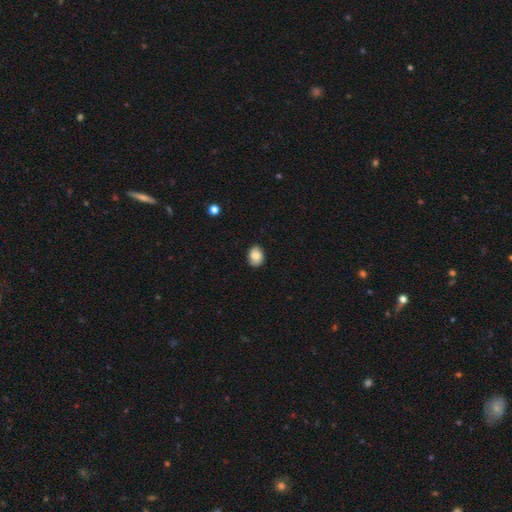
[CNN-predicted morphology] smooth 77%, featured or disk 15%, star or artifact 9%. Down the decision tree: how rounded — in between (57%); merging — none (79%).